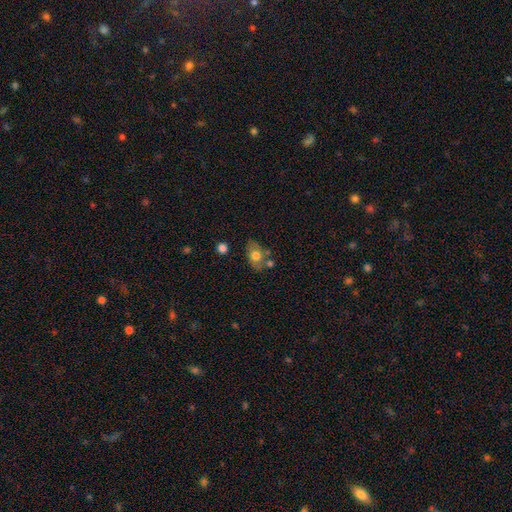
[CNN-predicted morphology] This is likely a smooth galaxy (69%). How rounded: likely in between (75%). Merging: likely none (60%).